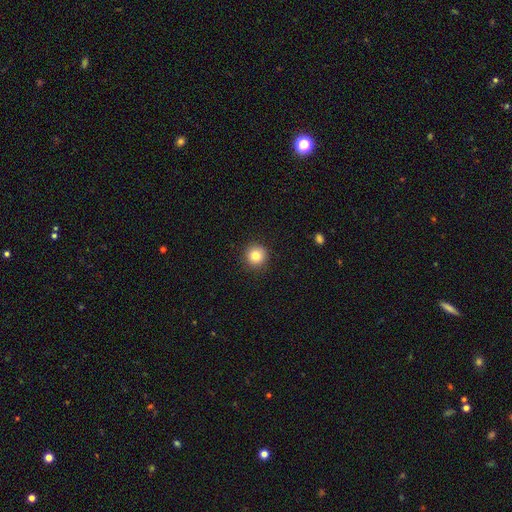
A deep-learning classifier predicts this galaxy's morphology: Smooth or featured: smooth — 83% (star or artifact — 10%)
How rounded: round — 95% (in between — 4%)
Merging: none — 92% (minor disturbance — 6%)